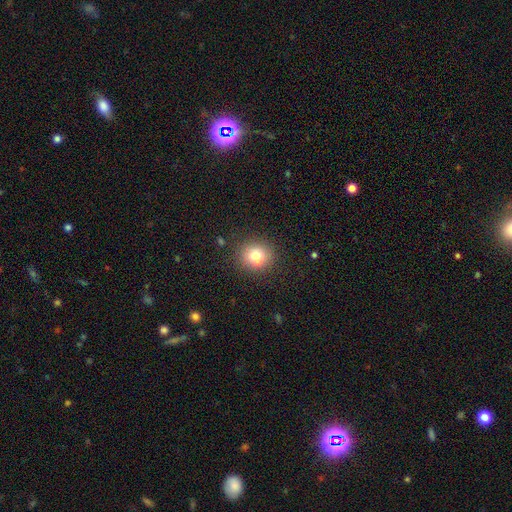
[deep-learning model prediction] smooth-or-featured: smooth: 73% | featured or disk: 15% | star or artifact: 12%
  how-rounded: round: 84% | in between: 15% | cigar-shaped: 1%
  merging: none: 70% | merger: 16% | minor disturbance: 11% | major disturbance: 3%